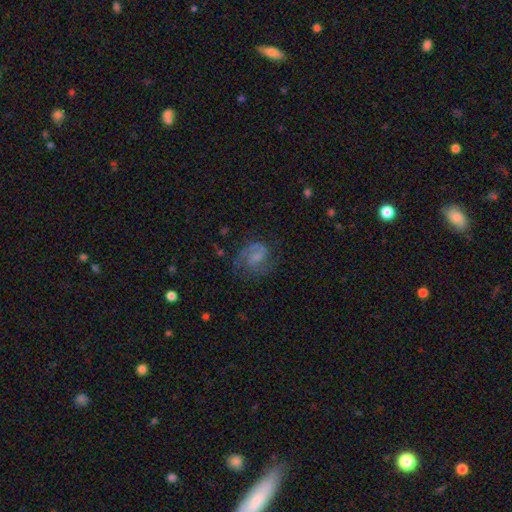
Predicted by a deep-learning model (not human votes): featured or disk 64%, smooth 27%, star or artifact 10%. Down the decision tree: edge-on disk — no (98%); bar — weak (48%); spiral arms — yes (88%); spiral arm count — 2 (57%); spiral winding — medium (47%); bulge size — small (37%); merging — none (58%).